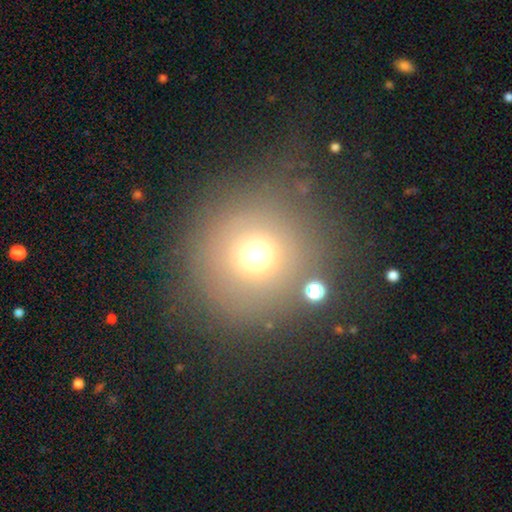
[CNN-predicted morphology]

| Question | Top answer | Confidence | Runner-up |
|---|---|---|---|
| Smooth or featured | smooth | 68% | star or artifact (22%) |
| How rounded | round | 95% | in between (4%) |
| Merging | none | 81% | minor disturbance (8%) |